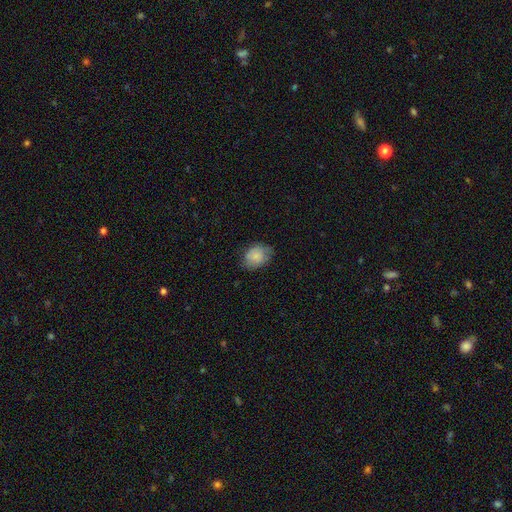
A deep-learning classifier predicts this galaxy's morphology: A smooth galaxy with no disk features (75%) that is in between round and cigar-shaped (70%).

Vote fractions:
- Smooth or featured? smooth: 75% / featured or disk: 17% / star or artifact: 7%
- How rounded? in between: 70% / round: 29% / cigar-shaped: 1%
- Merging? none: 66% / minor disturbance: 26% / major disturbance: 7% / merger: 1%